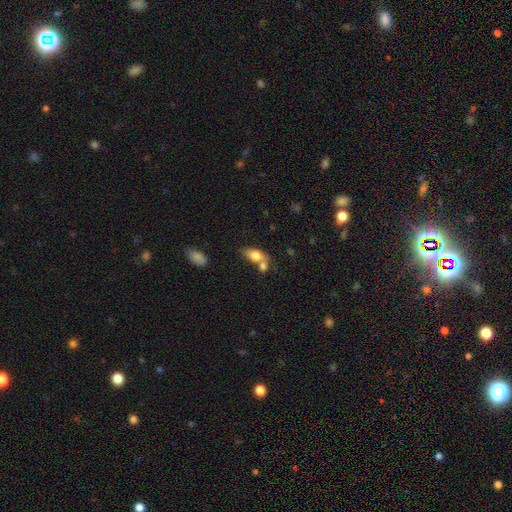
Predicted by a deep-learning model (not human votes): Smooth or featured?
  - smooth: 74% *
  - featured or disk: 18%
  - star or artifact: 8%
How rounded?
  - in between: 81% *
  - round: 10%
  - cigar-shaped: 9%
Merging?
  - merger: 46% *
  - none: 36%
  - minor disturbance: 13%
  - major disturbance: 5%